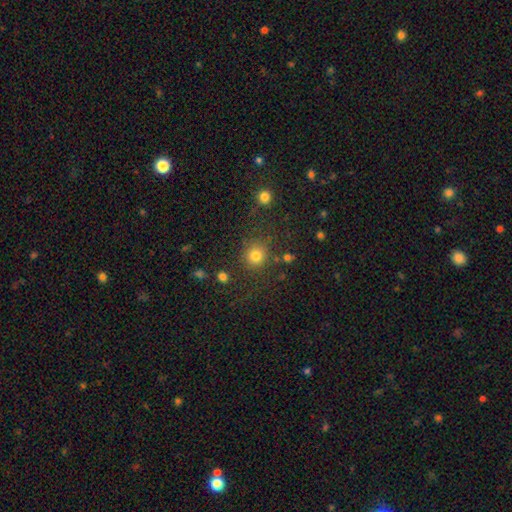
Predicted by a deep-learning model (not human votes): Smooth or featured?
  - smooth: 79% *
  - star or artifact: 15%
  - featured or disk: 6%
How rounded?
  - round: 91% *
  - in between: 8%
  - cigar-shaped: 1%
Merging?
  - none: 80% *
  - minor disturbance: 10%
  - merger: 5%
  - major disturbance: 5%